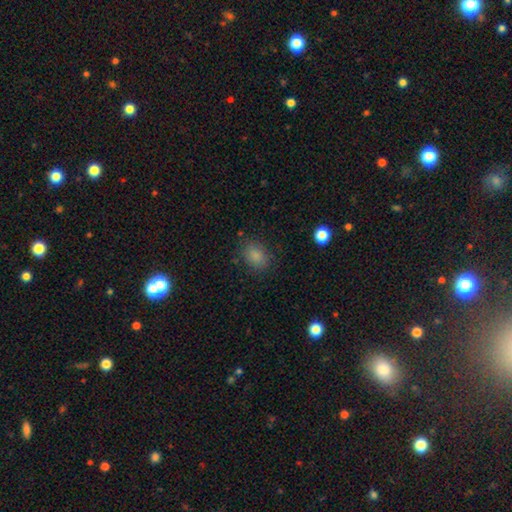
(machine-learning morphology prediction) This is clearly a smooth galaxy (85%). How rounded: likely in between (65%). Merging: clearly none (83%).